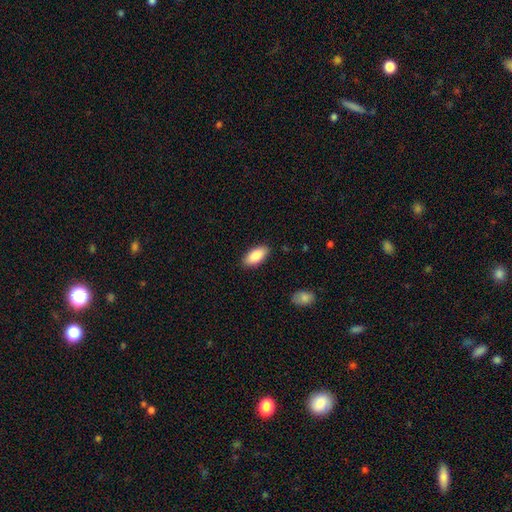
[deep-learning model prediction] Q: Smooth or featured?
A: smooth (88%); runner-up: featured or disk (6%)
Q: How rounded?
A: in between (90%); runner-up: cigar-shaped (8%)
Q: Merging?
A: none (88%); runner-up: minor disturbance (9%)